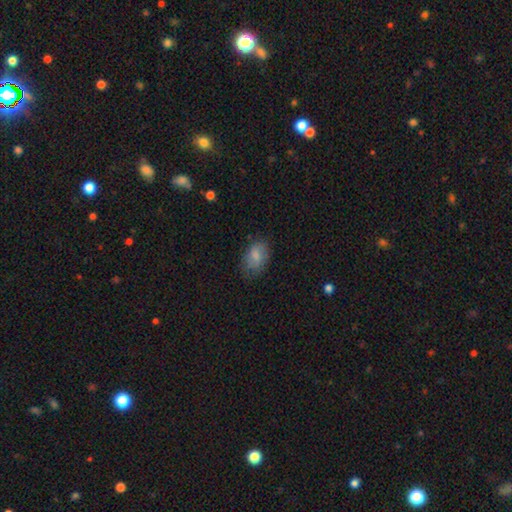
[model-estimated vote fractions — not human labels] smooth-or-featured: smooth: 78% | featured or disk: 14% | star or artifact: 8%
  how-rounded: in between: 85% | round: 13% | cigar-shaped: 2%
  merging: none: 68% | minor disturbance: 23% | major disturbance: 8% | merger: 1%